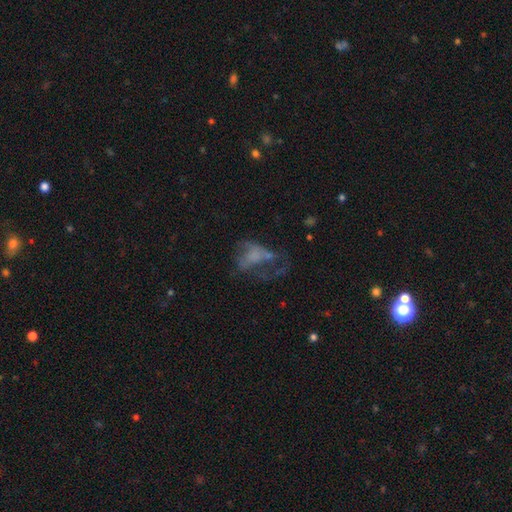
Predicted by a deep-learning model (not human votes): featured or disk 49%, smooth 34%, star or artifact 17%. Down the decision tree: merging — major disturbance (55%).